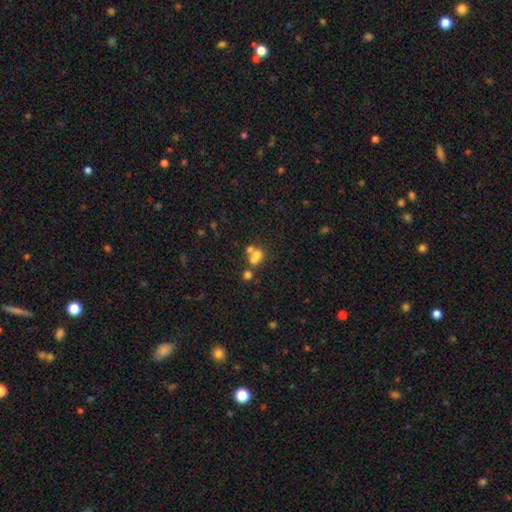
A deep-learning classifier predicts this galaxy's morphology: smooth 63%, featured or disk 19%, star or artifact 18%. Down the decision tree: how rounded — round (55%); merging — merger (52%).